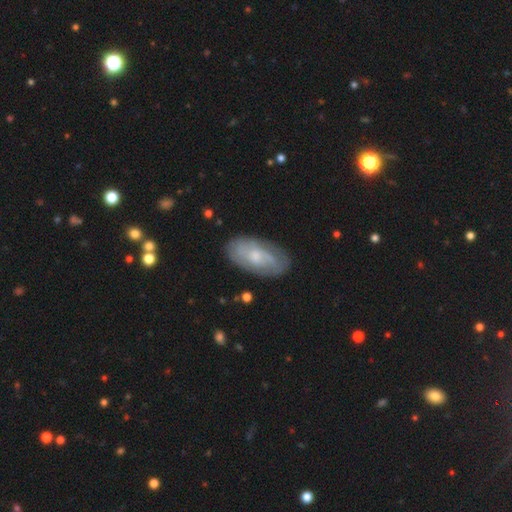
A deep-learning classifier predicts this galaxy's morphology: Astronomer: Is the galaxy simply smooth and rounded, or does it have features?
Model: featured or disk — 53% (runner-up: smooth, 41%).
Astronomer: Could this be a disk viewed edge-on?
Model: no — 91%.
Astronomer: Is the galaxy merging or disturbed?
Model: none — 77%.